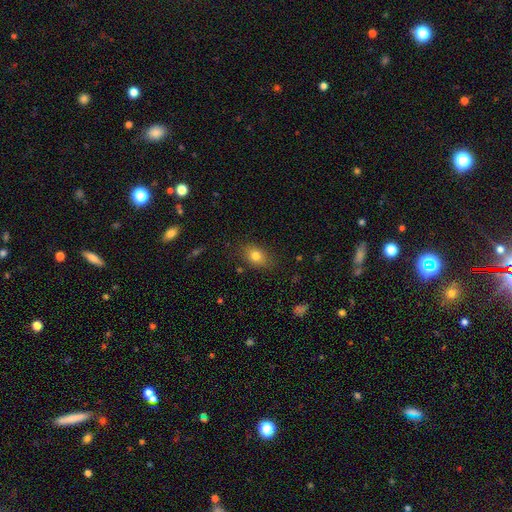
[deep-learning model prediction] Smooth or featured? smooth (79%)
How rounded? in between (73%)
Merging? none (82%)